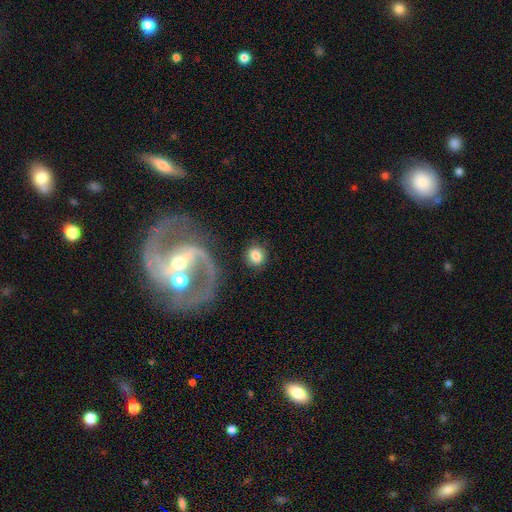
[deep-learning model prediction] smooth-or-featured: smooth: 76% | featured or disk: 16% | star or artifact: 8%
  how-rounded: round: 83% | in between: 16% | cigar-shaped: 1%
  merging: none: 80% | minor disturbance: 9% | major disturbance: 6% | merger: 5%